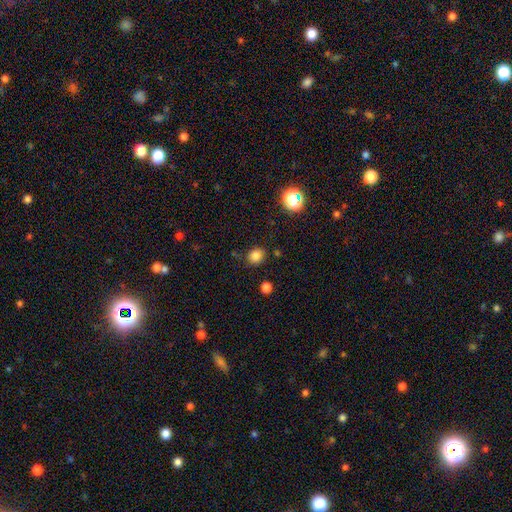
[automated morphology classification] Smooth or featured?
  - smooth: 82% *
  - star or artifact: 13%
  - featured or disk: 5%
How rounded?
  - round: 80% *
  - in between: 19%
  - cigar-shaped: 1%
Merging?
  - none: 81% *
  - minor disturbance: 12%
  - merger: 4%
  - major disturbance: 3%